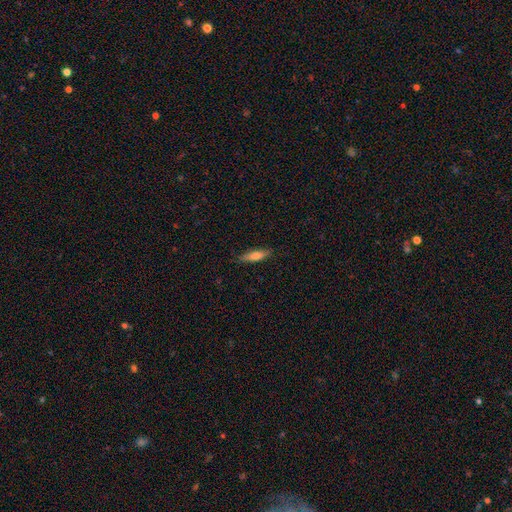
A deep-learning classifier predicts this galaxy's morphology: This is likely a smooth galaxy (67%). How rounded: likely cigar-shaped (72%). Merging: clearly none (86%).